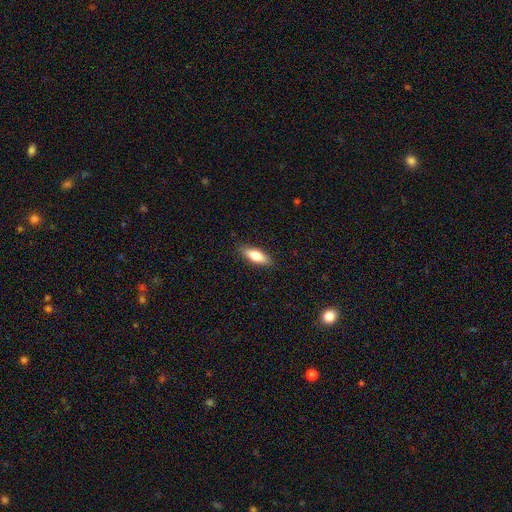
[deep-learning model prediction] Smooth or featured? Predicted: smooth (p=0.75). How rounded? Predicted: in between (p=0.64). Merging? Predicted: none (p=0.88).